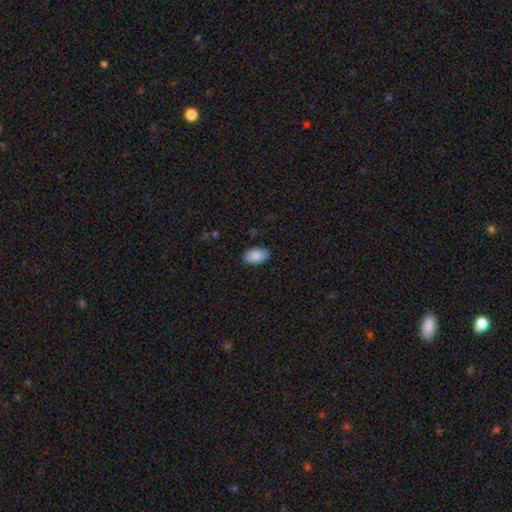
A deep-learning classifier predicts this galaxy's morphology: Smooth or featured? Predicted: smooth (p=0.89). How rounded? Predicted: in between (p=0.94). Merging? Predicted: none (p=0.87).